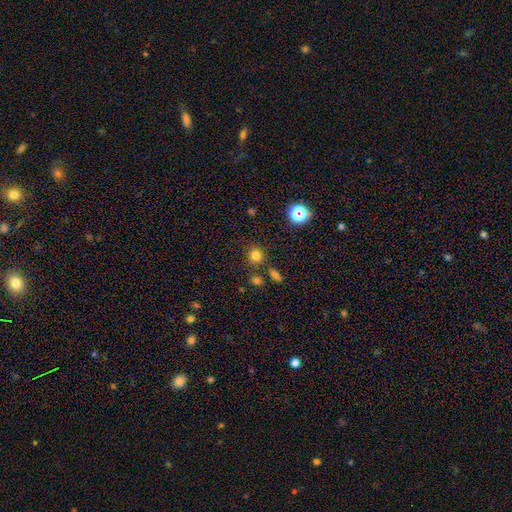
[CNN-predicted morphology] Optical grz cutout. It shows a smooth galaxy with no disk features (77%) that is round (86%). Merging: none (78%).